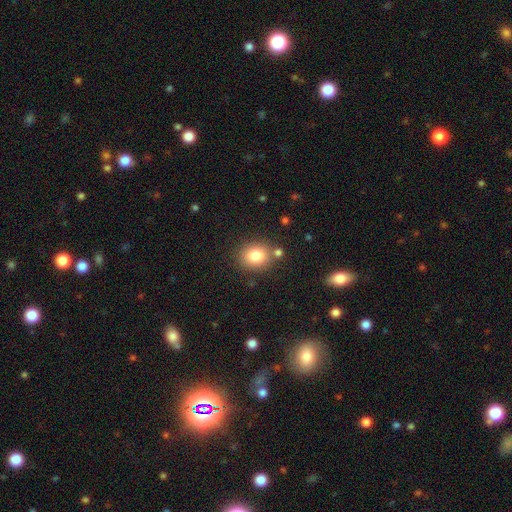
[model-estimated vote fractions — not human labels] The model was most divided on "how rounded": round: 64%, in between: 35%, cigar-shaped: 1%. More confident: smooth or featured — smooth (82%); merging — none (78%).